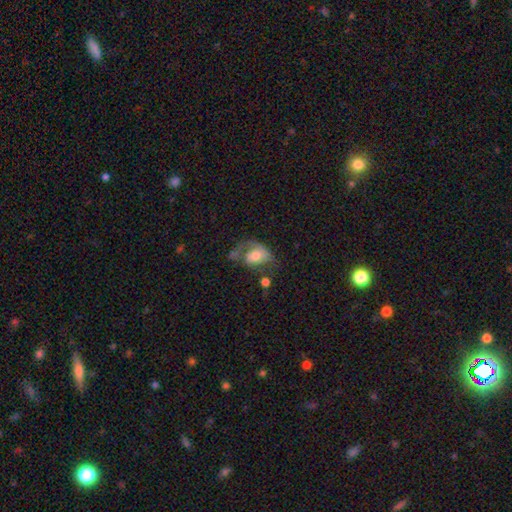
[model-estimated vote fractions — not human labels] Smooth or featured? smooth (47%)
Merging? major disturbance (40%)